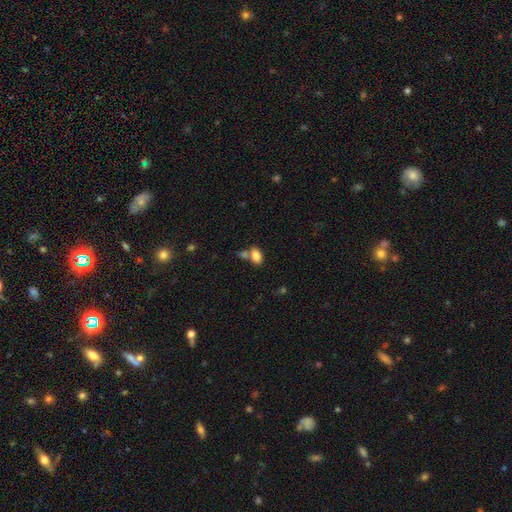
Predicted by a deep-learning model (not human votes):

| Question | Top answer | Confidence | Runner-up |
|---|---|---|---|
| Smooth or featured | smooth | 84% | star or artifact (9%) |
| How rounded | in between | 90% | round (8%) |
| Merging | none | 52% | merger (32%) |